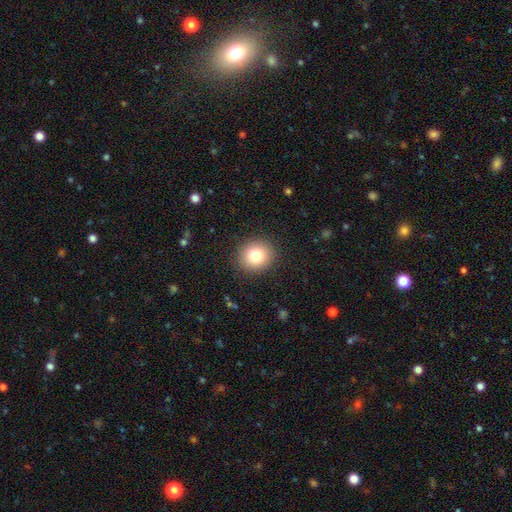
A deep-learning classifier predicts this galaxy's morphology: Overall: smooth (82%). How rounded: round (84%). Merging: none (90%).